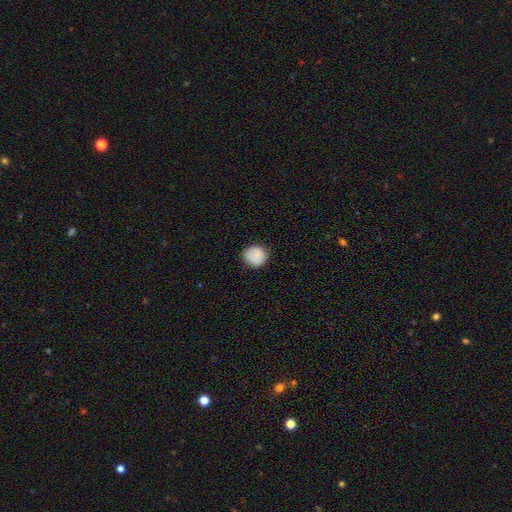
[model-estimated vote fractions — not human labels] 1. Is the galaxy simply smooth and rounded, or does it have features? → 83% smooth, 9% featured or disk, 8% star or artifact.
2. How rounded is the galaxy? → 88% round, 11% in between, 1% cigar-shaped.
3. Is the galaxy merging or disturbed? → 85% none, 12% minor disturbance, 3% major disturbance, 1% merger.